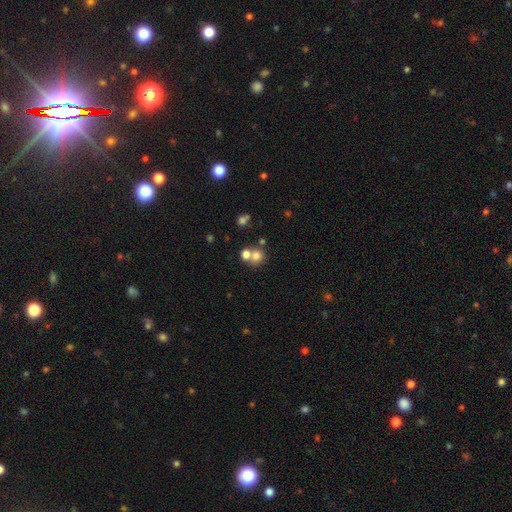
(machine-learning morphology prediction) This is likely a smooth galaxy (73%). How rounded: likely round (80%). Merging: possibly merger (48%).